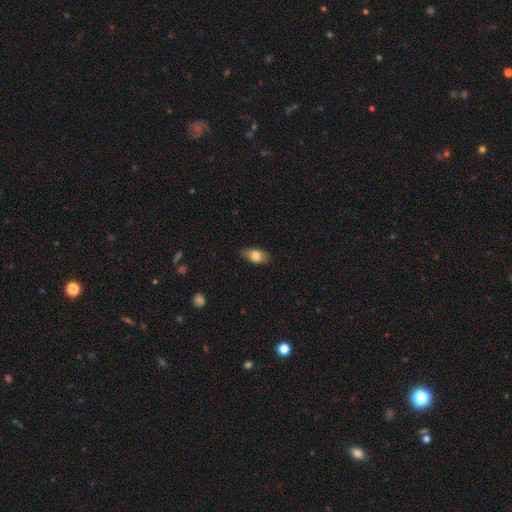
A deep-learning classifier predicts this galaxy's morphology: This is clearly a smooth galaxy (82%). How rounded: clearly in between (87%). Merging: clearly none (84%).